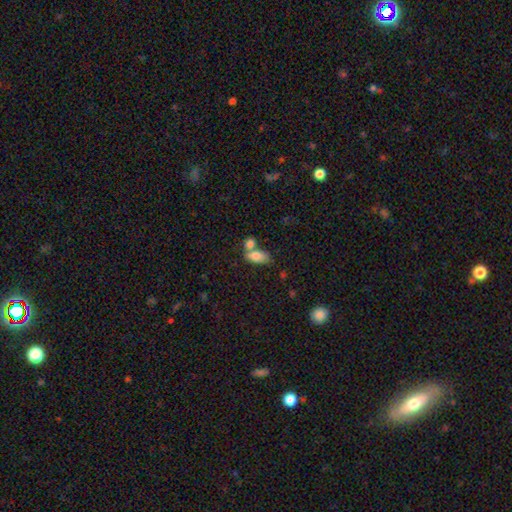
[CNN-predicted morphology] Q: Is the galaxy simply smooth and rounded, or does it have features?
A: smooth — 81%.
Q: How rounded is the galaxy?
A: in between — 90%.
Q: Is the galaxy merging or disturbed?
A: merger — 43%.